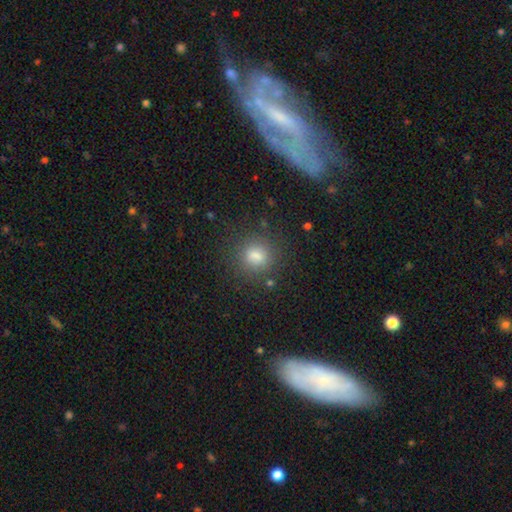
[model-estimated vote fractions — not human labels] A smooth galaxy with no disk features (80%) that is round (81%). Merging: none (82%).